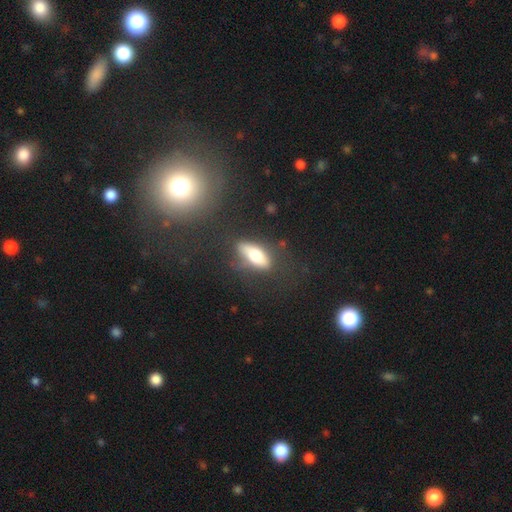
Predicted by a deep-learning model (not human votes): smooth-or-featured: smooth: 66% | featured or disk: 27% | star or artifact: 7%
  how-rounded: in between: 71% | cigar-shaped: 26% | round: 3%
  merging: none: 63% | minor disturbance: 22% | major disturbance: 12% | merger: 4%